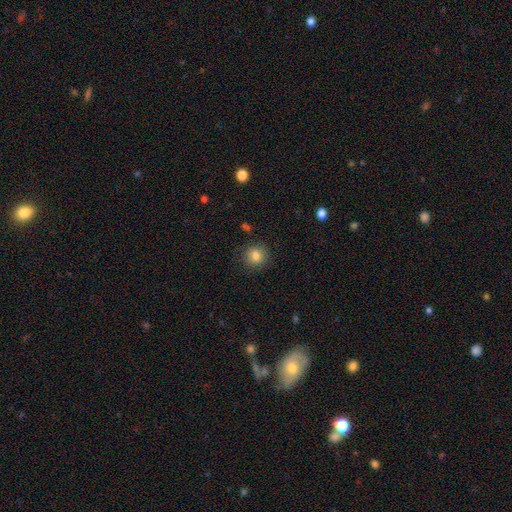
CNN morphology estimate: A smooth galaxy with no disk features (82%) that is round (86%).

Vote fractions:
- Smooth or featured? smooth: 82% / star or artifact: 10% / featured or disk: 7%
- How rounded? round: 86% / in between: 13% / cigar-shaped: 1%
- Merging? none: 86% / minor disturbance: 10% / major disturbance: 3% / merger: 1%